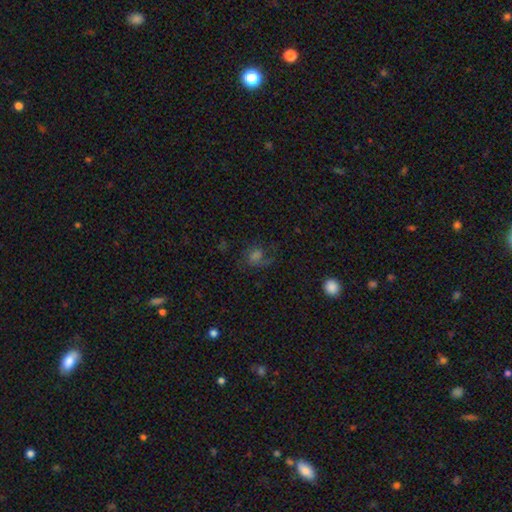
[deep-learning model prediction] smooth-or-featured: featured or disk: 45% | smooth: 33% | star or artifact: 22%
  merging: none: 59% | major disturbance: 21% | minor disturbance: 18% | merger: 2%